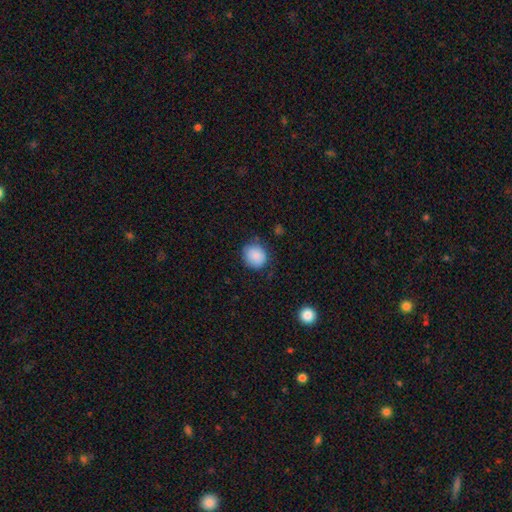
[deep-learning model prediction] Smooth or featured: smooth — 87% (star or artifact — 8%)
How rounded: round — 81% (in between — 18%)
Merging: none — 78% (minor disturbance — 17%)